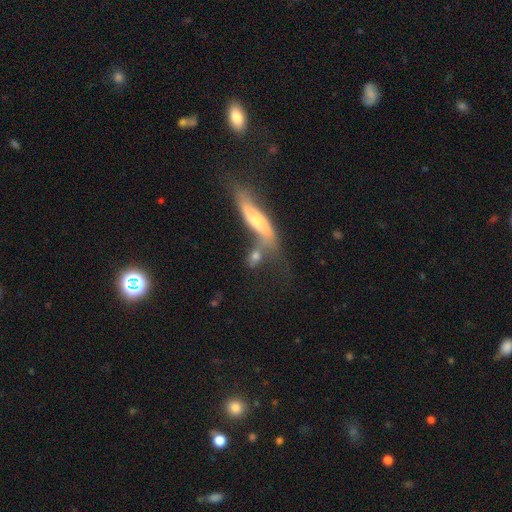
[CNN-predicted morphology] This appears to be a smooth galaxy with no disk features (55%) that is in between round and cigar-shaped (54%). Merging: merger (45%).